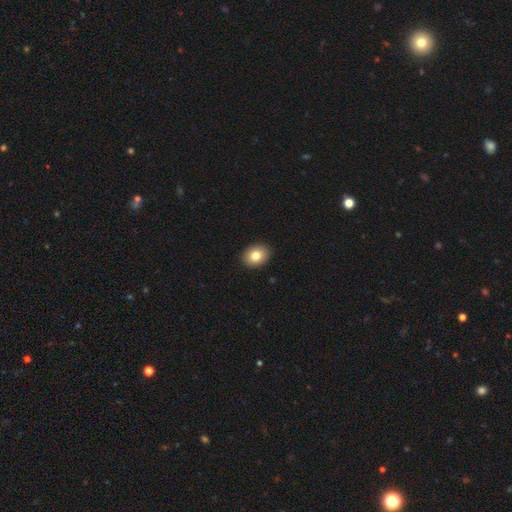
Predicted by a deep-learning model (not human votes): Smooth or featured: smooth — 82% (featured or disk — 10%)
How rounded: in between — 54% (round — 45%)
Merging: none — 91% (minor disturbance — 6%)